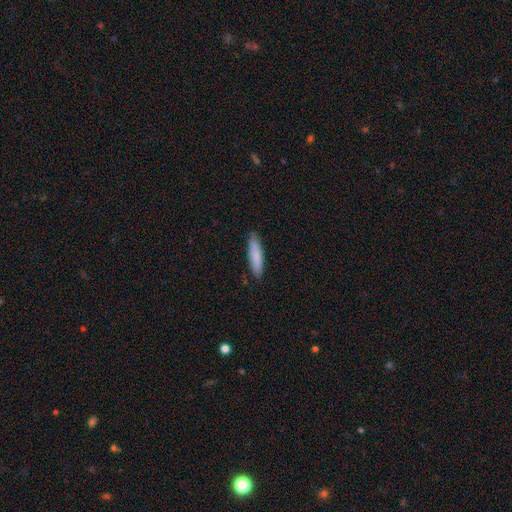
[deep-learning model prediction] Morphology: type=smooth (83%); roundness=cigar-shaped (79%); merging=none (88%).